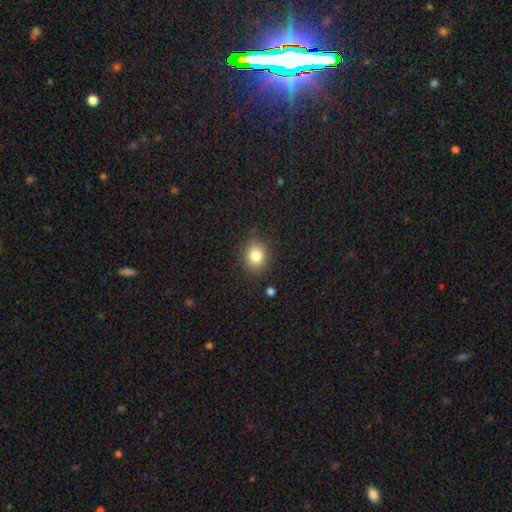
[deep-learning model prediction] Smooth or featured: smooth — 82% (star or artifact — 11%)
How rounded: round — 66% (in between — 33%)
Merging: none — 86% (minor disturbance — 9%)